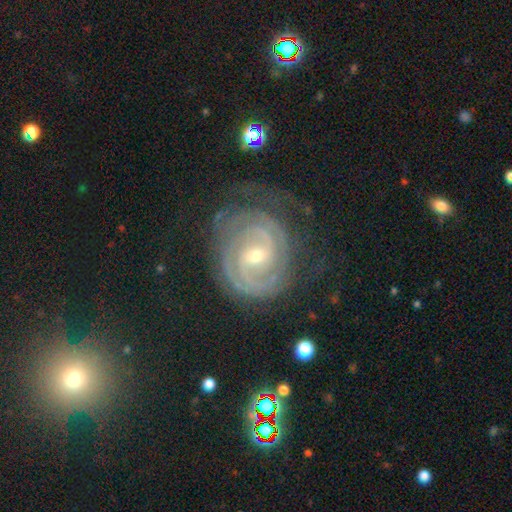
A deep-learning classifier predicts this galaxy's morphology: This is clearly a featured or disk galaxy (87%). It is clearly not viewed edge-on (97%). Bar: possibly weak (48%). Spiral arm pattern: clearly yes (97%). Spiral arm count: marginally 2 (38%). Spiral winding: likely tight (78%). Central bulge: possibly small (56%). Merging: likely none (69%).